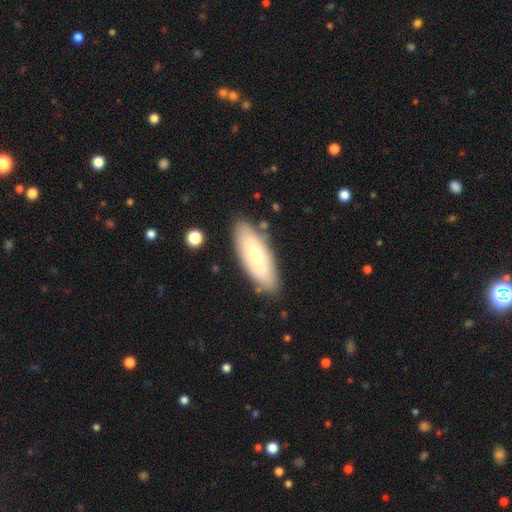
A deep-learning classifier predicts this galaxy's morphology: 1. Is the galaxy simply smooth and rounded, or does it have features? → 62% smooth, 32% featured or disk, 6% star or artifact.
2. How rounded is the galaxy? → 67% in between, 31% cigar-shaped, 2% round.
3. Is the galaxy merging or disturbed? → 83% none, 12% minor disturbance, 3% major disturbance, 2% merger.